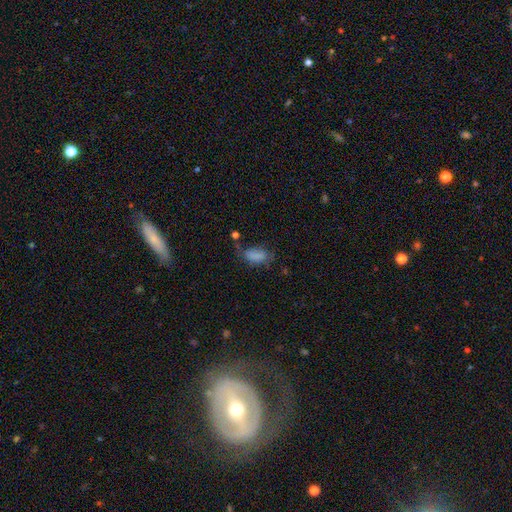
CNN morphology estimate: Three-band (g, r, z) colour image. It shows a smooth galaxy with no disk features (79%) that is in between round and cigar-shaped (90%). Merging: none (46%).